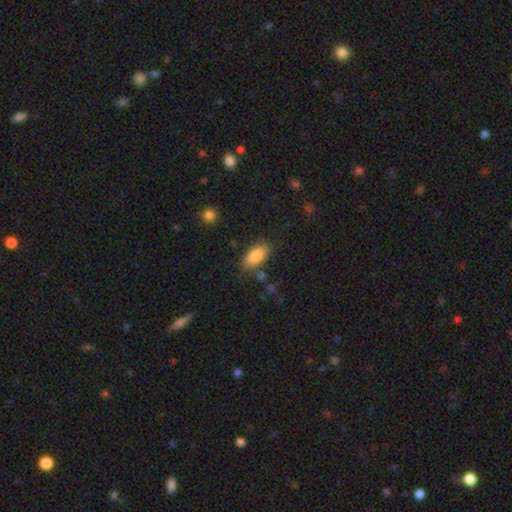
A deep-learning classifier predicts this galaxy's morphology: Smooth or featured?
  - smooth: 85% *
  - featured or disk: 8%
  - star or artifact: 7%
How rounded?
  - in between: 88% *
  - cigar-shaped: 10%
  - round: 3%
Merging?
  - none: 75% *
  - minor disturbance: 17%
  - major disturbance: 4%
  - merger: 4%